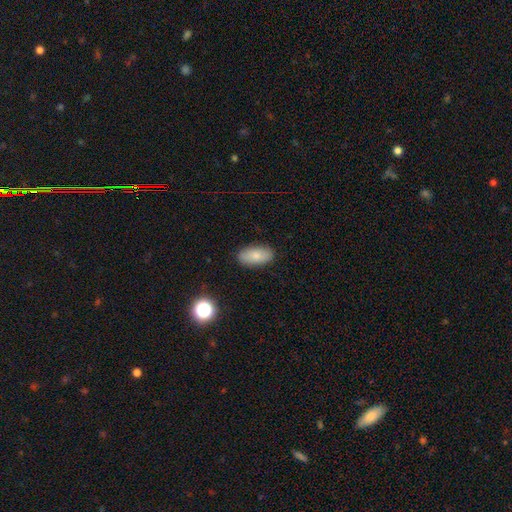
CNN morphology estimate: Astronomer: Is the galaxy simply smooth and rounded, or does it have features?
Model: smooth — 80%.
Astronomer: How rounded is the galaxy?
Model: in between — 92%.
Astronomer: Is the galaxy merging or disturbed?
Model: none — 87%.